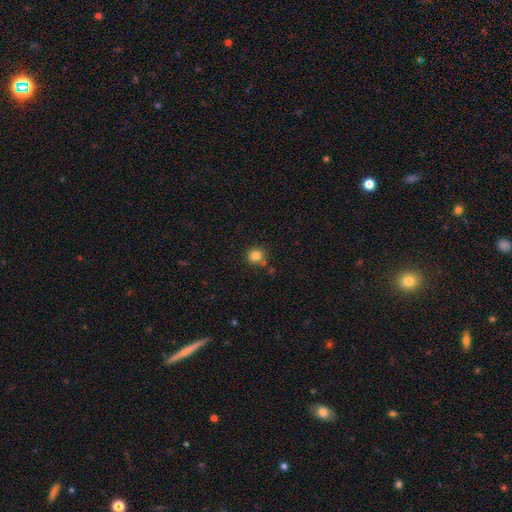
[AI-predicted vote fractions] smooth 83%, star or artifact 12%, featured or disk 5%. Down the decision tree: how rounded — round (89%); merging — none (78%).